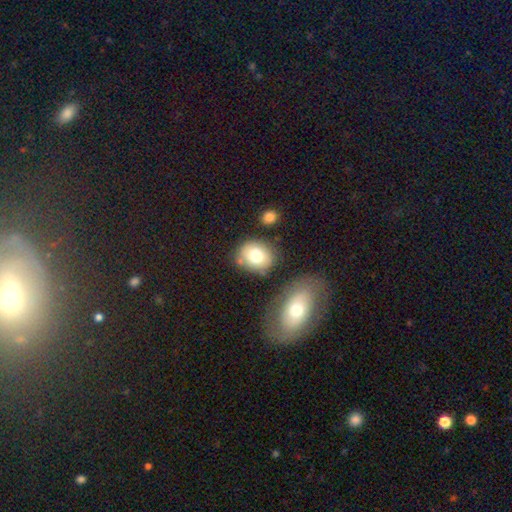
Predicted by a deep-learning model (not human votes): Smooth or featured?
  - smooth: 75% *
  - featured or disk: 16%
  - star or artifact: 9%
How rounded?
  - round: 60% *
  - in between: 39%
  - cigar-shaped: 1%
Merging?
  - none: 69% *
  - minor disturbance: 15%
  - merger: 11%
  - major disturbance: 5%